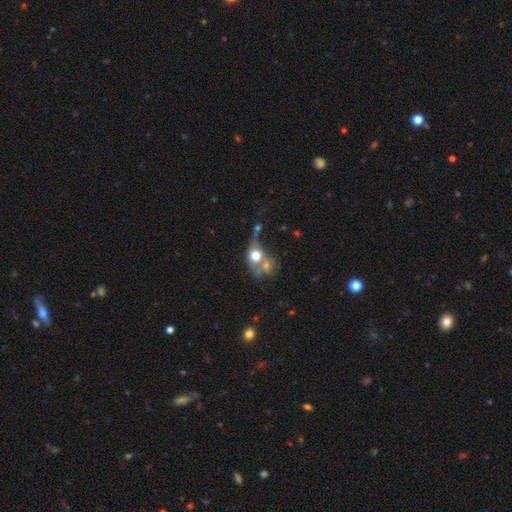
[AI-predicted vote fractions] This is likely a smooth galaxy (61%). How rounded: possibly round (59%). Merging: possibly merger (54%).